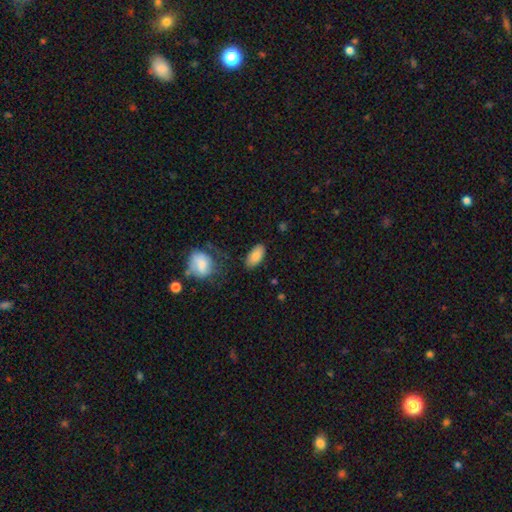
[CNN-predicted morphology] The model was most divided on "merging": none: 78%, minor disturbance: 14%, major disturbance: 4%, merger: 3%. More confident: how rounded — in between (93%); smooth or featured — smooth (85%).